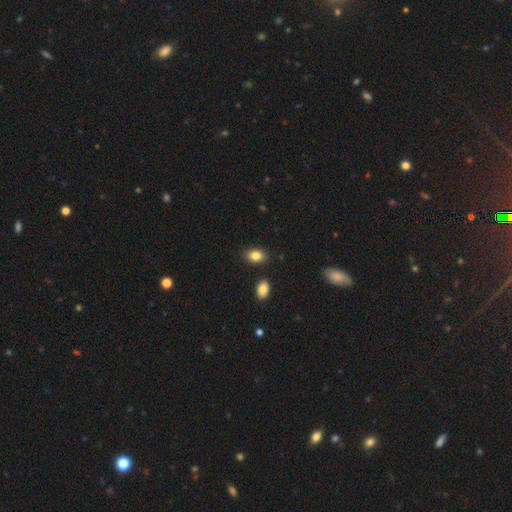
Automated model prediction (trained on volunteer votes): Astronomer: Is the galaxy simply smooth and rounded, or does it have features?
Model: smooth — 84%.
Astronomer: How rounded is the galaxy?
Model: in between — 80%.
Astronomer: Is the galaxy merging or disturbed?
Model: none — 84%.